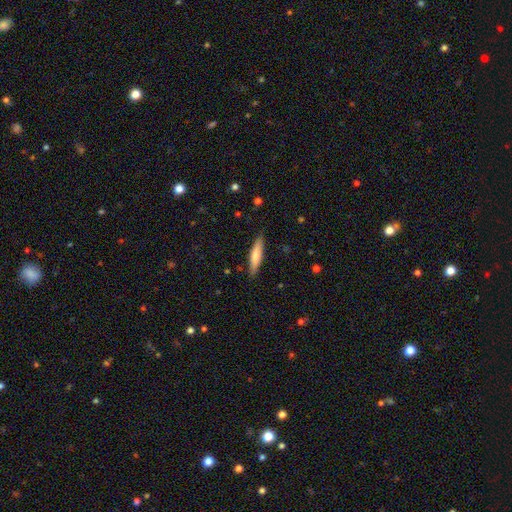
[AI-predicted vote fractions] smooth 71%, featured or disk 23%, star or artifact 6%. Down the decision tree: how rounded — cigar-shaped (80%); merging — none (86%).